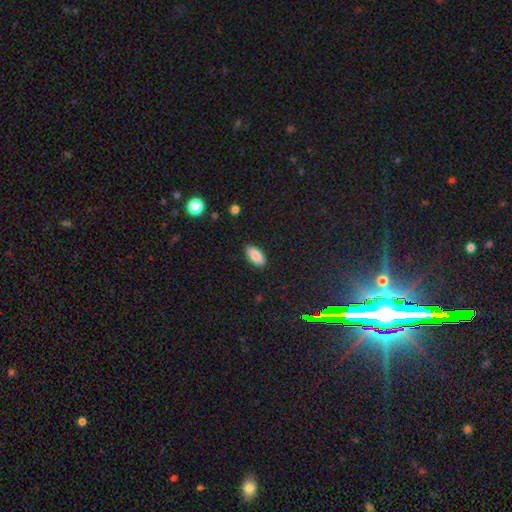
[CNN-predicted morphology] A smooth galaxy with no disk features (87%) that is in between round and cigar-shaped (91%).

Vote fractions:
- Smooth or featured? smooth: 87% / star or artifact: 7% / featured or disk: 6%
- How rounded? in between: 91% / cigar-shaped: 7% / round: 2%
- Merging? none: 88% / minor disturbance: 9% / major disturbance: 2% / merger: 1%